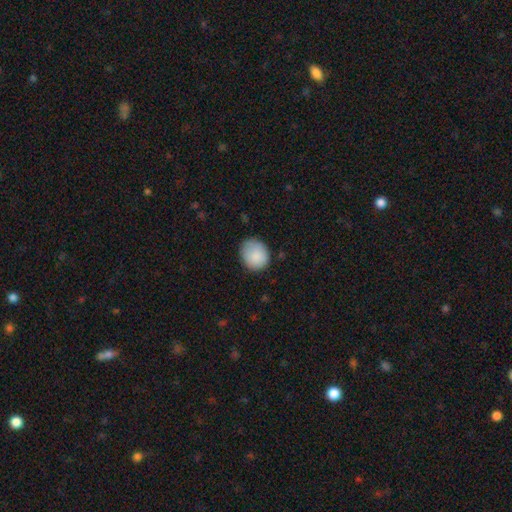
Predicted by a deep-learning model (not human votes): This is clearly a smooth galaxy (87%). How rounded: likely round (70%). Merging: likely none (75%).